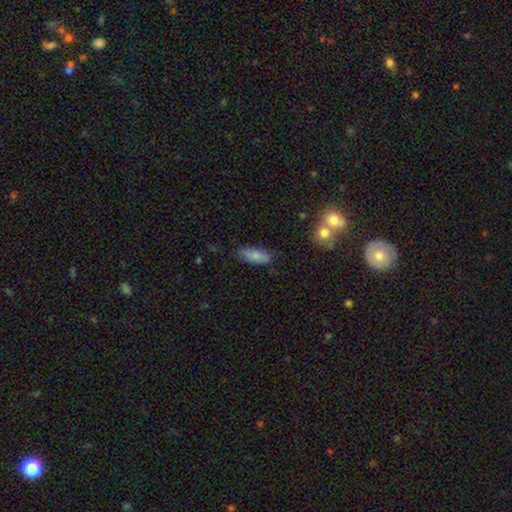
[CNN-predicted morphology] Smooth or featured?
  - smooth: 81% *
  - featured or disk: 12%
  - star or artifact: 7%
How rounded?
  - in between: 77% *
  - cigar-shaped: 21%
  - round: 2%
Merging?
  - none: 76% *
  - minor disturbance: 18%
  - major disturbance: 4%
  - merger: 2%